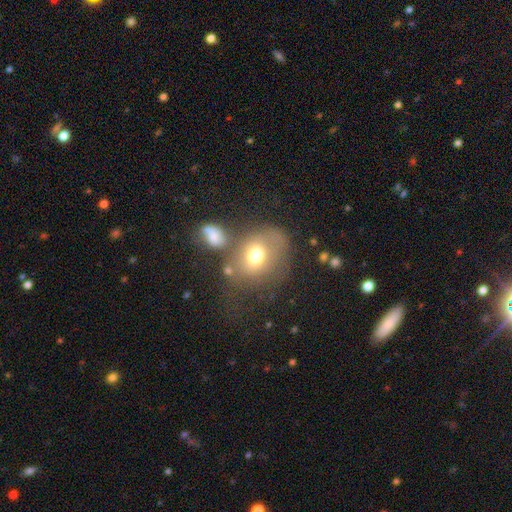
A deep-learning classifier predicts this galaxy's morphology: Smooth or featured: smooth — 66% (featured or disk — 22%)
How rounded: round — 53% (in between — 46%)
Merging: none — 46% (minor disturbance — 20%)